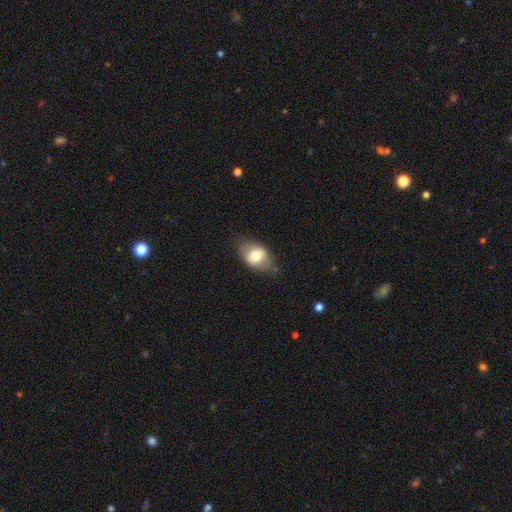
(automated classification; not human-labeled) A smooth galaxy with no disk features (69%) that is in between round and cigar-shaped (80%). Merging: none (68%).